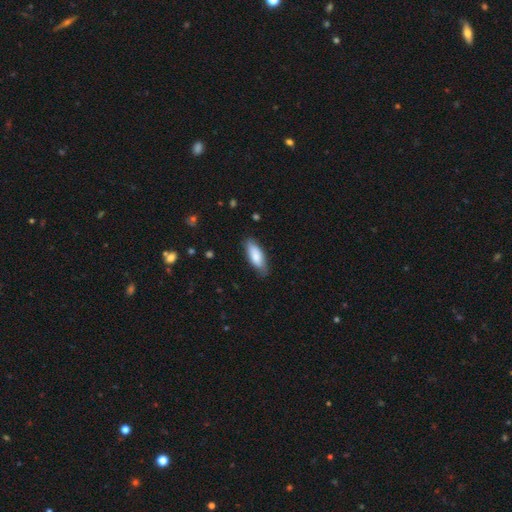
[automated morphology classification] The model was most divided on "how rounded": in between: 69%, cigar-shaped: 29%, round: 2%. More confident: smooth or featured — smooth (83%); merging — none (80%).